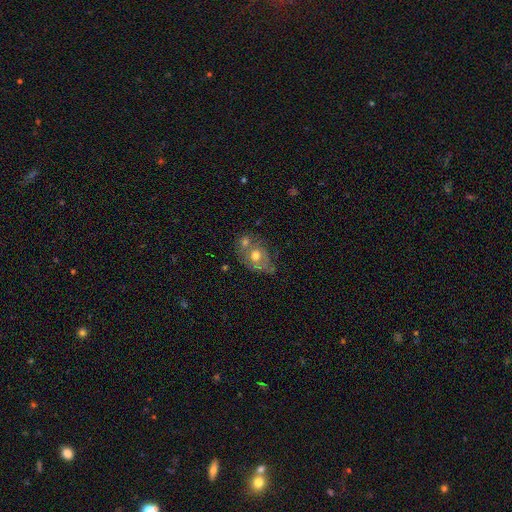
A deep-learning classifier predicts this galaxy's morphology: This appears to be a smooth galaxy with no disk features (47%). Merging: merger (38%).